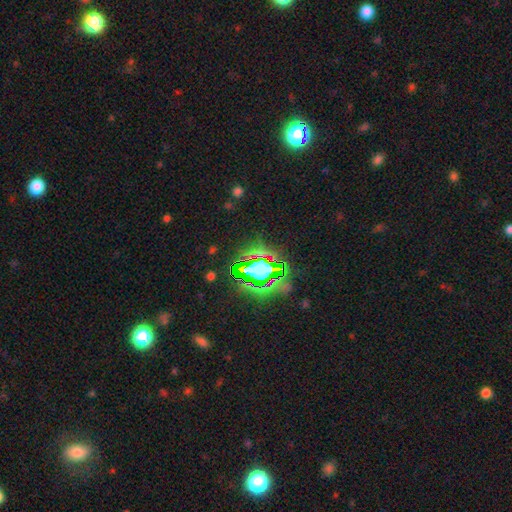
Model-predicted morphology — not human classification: Smooth or featured? Predicted: star or artifact (p=0.78).